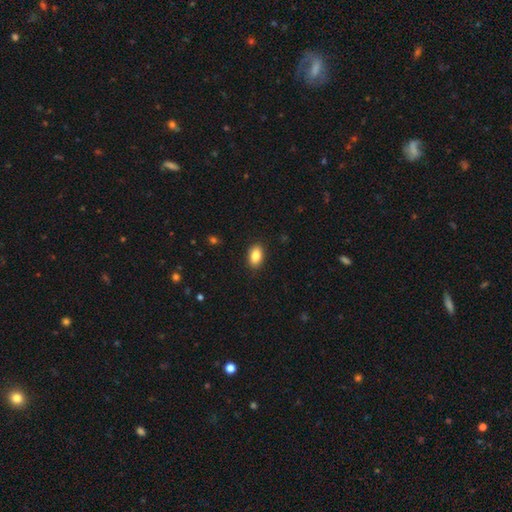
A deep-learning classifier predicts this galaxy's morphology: Smooth or featured: smooth — 86% (star or artifact — 8%)
How rounded: in between — 90% (round — 7%)
Merging: none — 89% (minor disturbance — 8%)